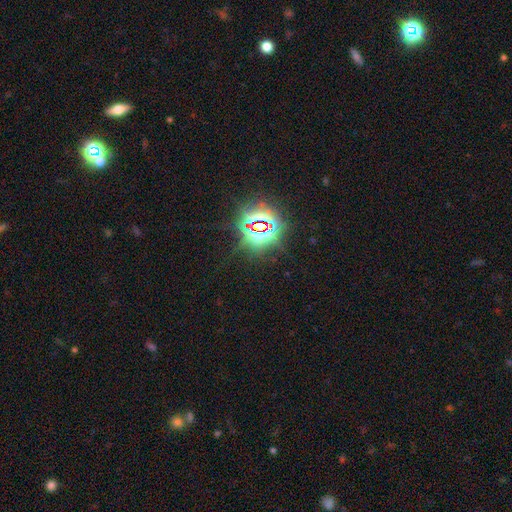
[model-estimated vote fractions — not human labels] smooth-or-featured: star or artifact: 81% | smooth: 13% | featured or disk: 6%